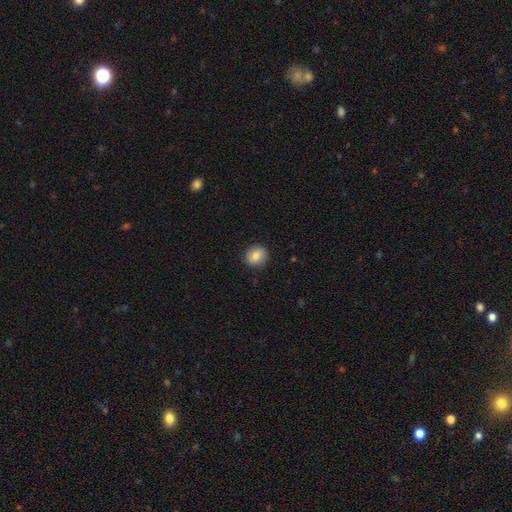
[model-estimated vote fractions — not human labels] Smooth or featured? Predicted: smooth (p=0.80). How rounded? Predicted: round (p=0.84). Merging? Predicted: none (p=0.89).